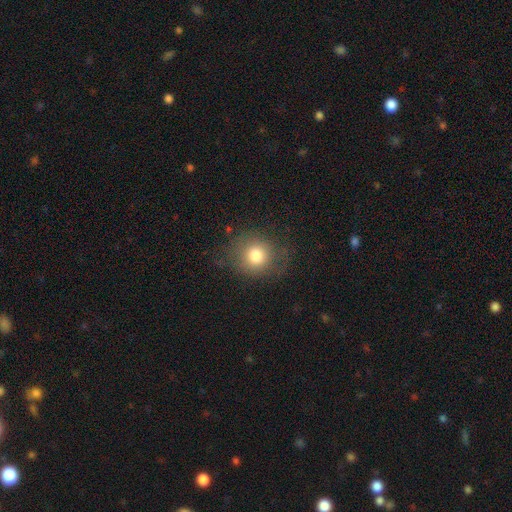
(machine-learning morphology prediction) smooth-or-featured: smooth: 78% | star or artifact: 12% | featured or disk: 11%
  how-rounded: round: 84% | in between: 15% | cigar-shaped: 1%
  merging: none: 78% | minor disturbance: 14% | major disturbance: 7% | merger: 1%